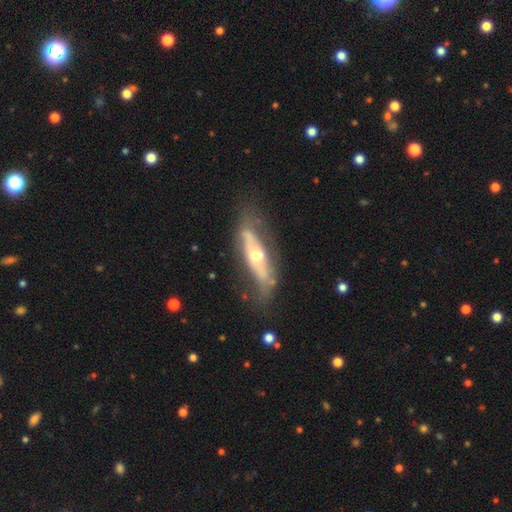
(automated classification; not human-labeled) Smooth or featured?
  - featured or disk: 70% *
  - smooth: 24%
  - star or artifact: 6%
Edge-on disk?
  - no: 64% *
  - yes: 36%
Merging?
  - none: 63% *
  - minor disturbance: 21%
  - major disturbance: 13%
  - merger: 3%